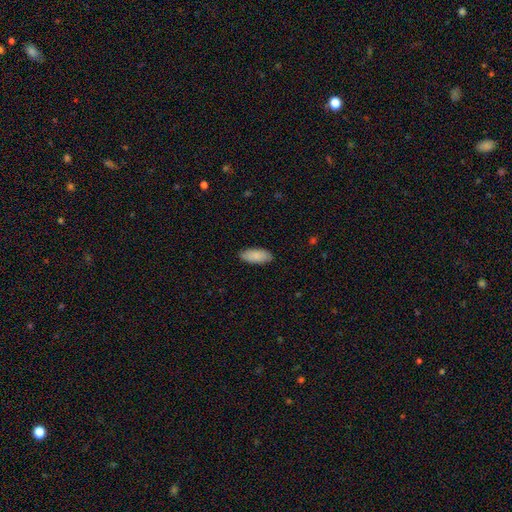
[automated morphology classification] smooth 88%, featured or disk 7%, star or artifact 6%. Down the decision tree: how rounded — in between (87%); merging — none (86%).